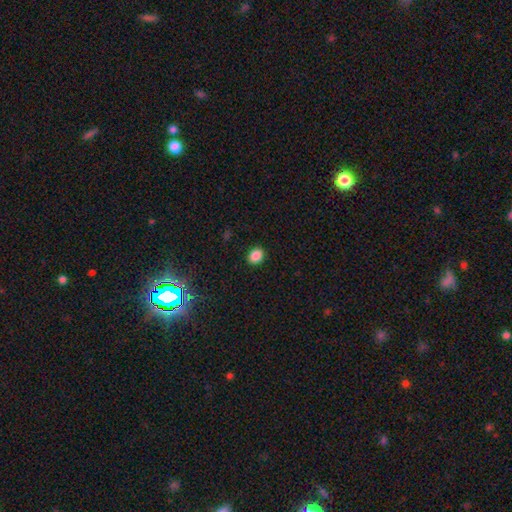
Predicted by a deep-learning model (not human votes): Smooth or featured? smooth (86%)
How rounded? in between (55%)
Merging? none (90%)